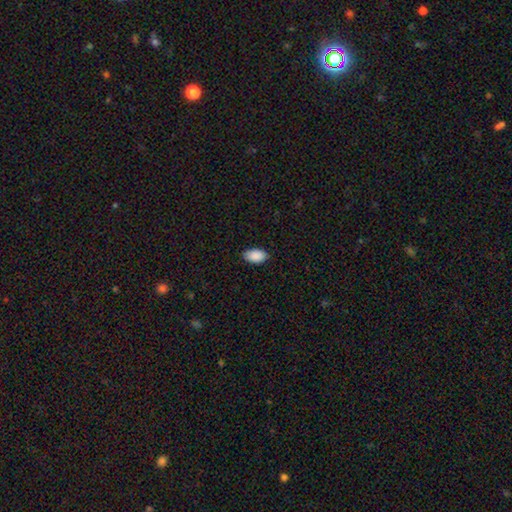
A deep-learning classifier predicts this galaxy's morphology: smooth_or_featured: smooth (p=0.90) [alt: star or artifact p=0.06]
how_rounded: in between (p=0.95) [alt: round p=0.04]
merging: none (p=0.85) [alt: minor disturbance p=0.12]